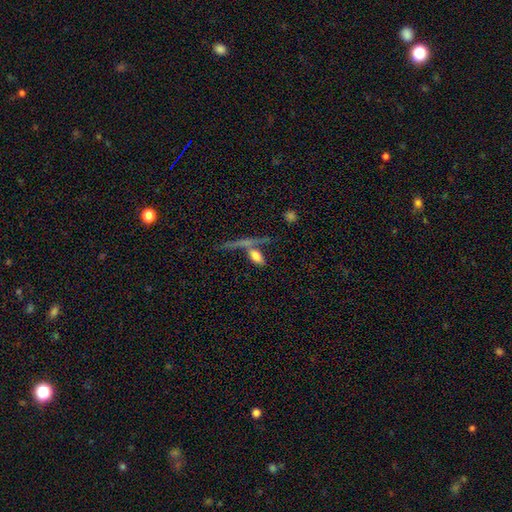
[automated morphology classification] Smooth or featured: smooth — 68% (featured or disk — 21%)
How rounded: in between — 70% (cigar-shaped — 22%)
Merging: none — 46% (merger — 32%)